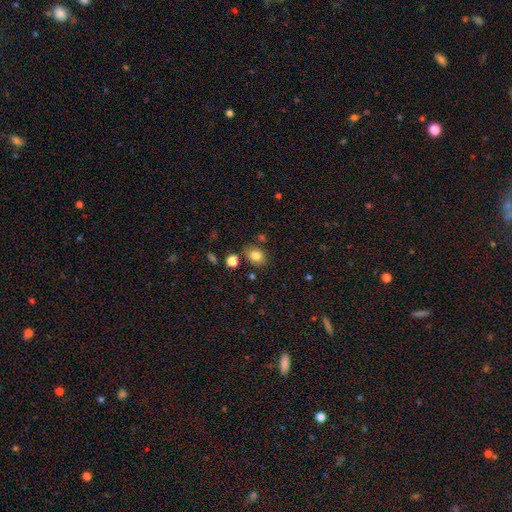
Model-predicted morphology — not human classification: A smooth galaxy with no disk features (81%) that is in between round and cigar-shaped (54%). Merging: none (77%).